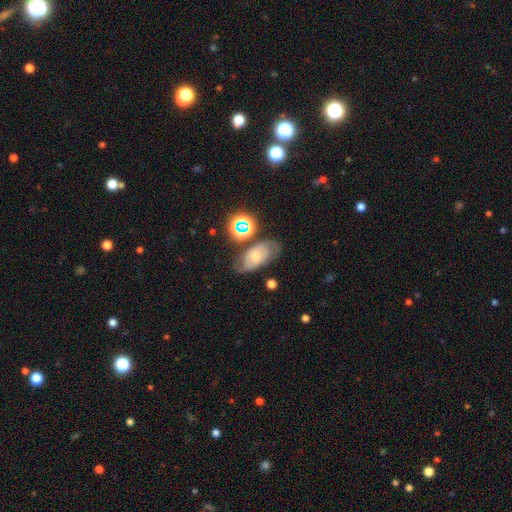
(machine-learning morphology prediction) smooth-or-featured: featured or disk: 62% | smooth: 20% | star or artifact: 18%
  disk-edge-on: no: 93% | yes: 7%
    bar: no: 62% | weak: 31% | strong: 7%
    has-spiral-arms: yes: 89% | no: 11%
      spiral-winding: tight: 50% | medium: 38% | loose: 11%
      spiral-arm-count: 2: 63% | can't tell: 24% | 3: 6% | 1: 3% | 4: 2% | more than 4: 2%
    bulge-size: small: 48% | moderate: 44% | large: 4% | none: 3% | dominant: 1%
  merging: none: 72% | minor disturbance: 16% | merger: 6% | major disturbance: 6%